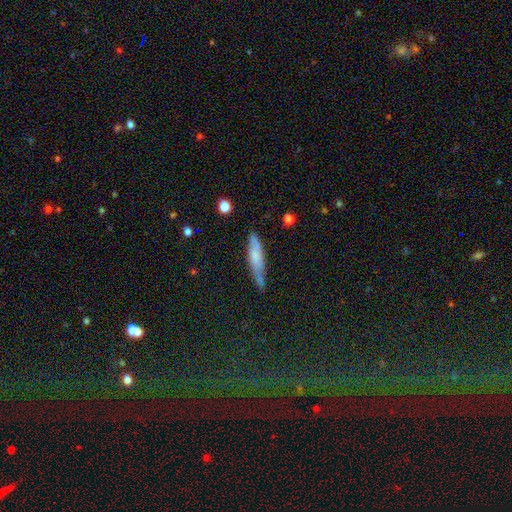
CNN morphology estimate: A smooth galaxy with no disk features (55%) that is cigar-shaped (79%).

Vote fractions:
- Smooth or featured? smooth: 55% / featured or disk: 37% / star or artifact: 8%
- How rounded? cigar-shaped: 79% / in between: 19% / round: 2%
- Merging? none: 66% / minor disturbance: 25% / major disturbance: 5% / merger: 4%